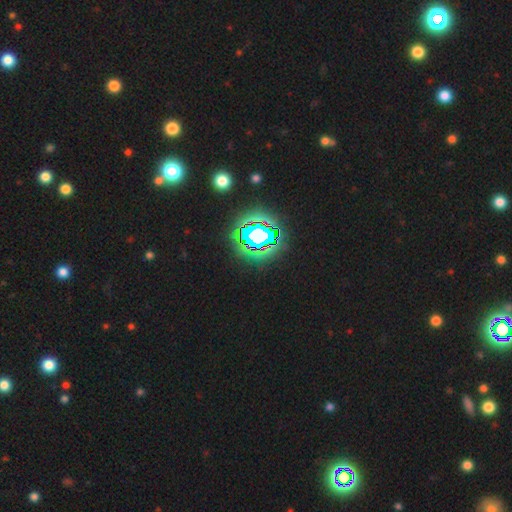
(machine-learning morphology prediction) smooth-or-featured: star or artifact: 79% | smooth: 14% | featured or disk: 7%